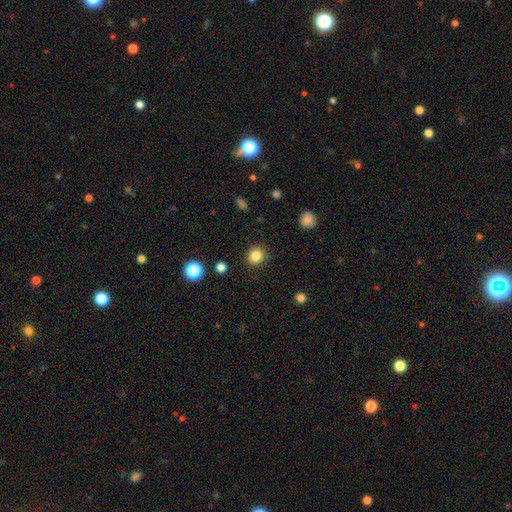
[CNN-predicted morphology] Overall: smooth (85%). How rounded: round (86%). Merging: none (88%).